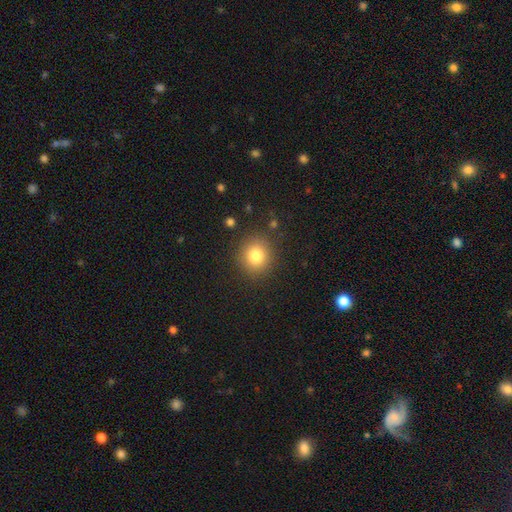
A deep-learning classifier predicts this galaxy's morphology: type=smooth (81%); roundness=round (86%); merging=none (87%).